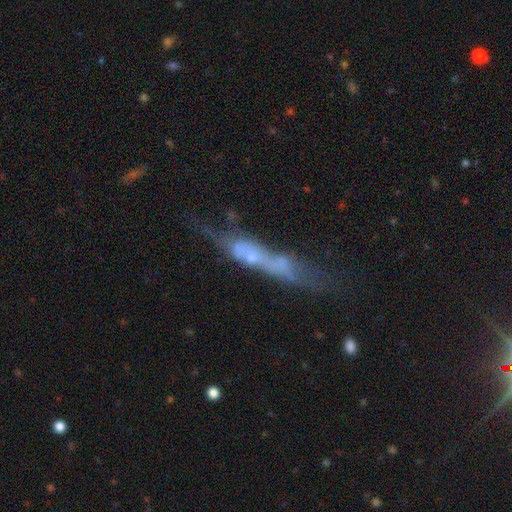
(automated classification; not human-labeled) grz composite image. It shows a featured or disk galaxy (56%) viewed edge-on (52%). Merging: none (37%).